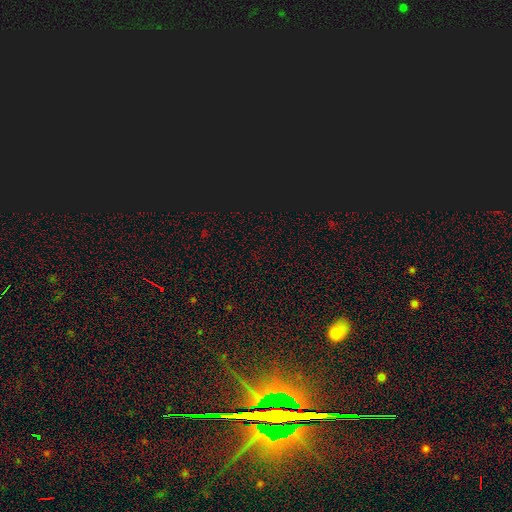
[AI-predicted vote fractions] smooth-or-featured: star or artifact: 75% | smooth: 18% | featured or disk: 7%